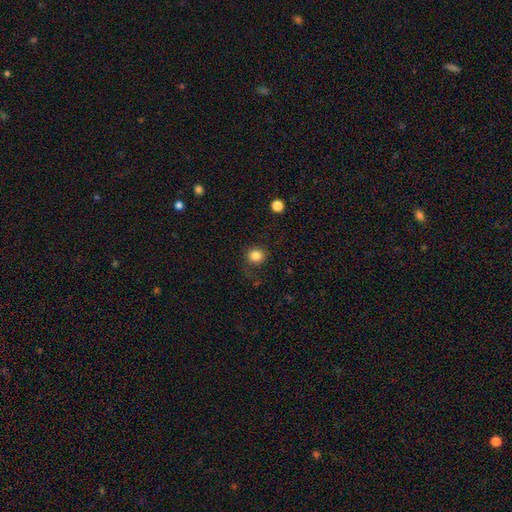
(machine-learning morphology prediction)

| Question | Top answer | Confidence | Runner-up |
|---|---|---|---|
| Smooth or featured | smooth | 84% | star or artifact (12%) |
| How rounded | round | 88% | in between (11%) |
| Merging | none | 83% | minor disturbance (11%) |